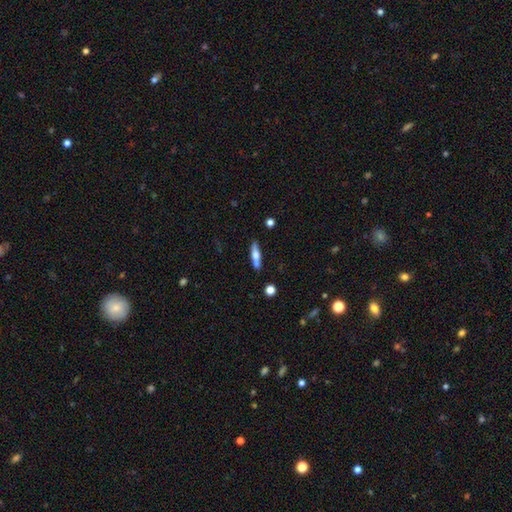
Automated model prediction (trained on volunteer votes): Q: Smooth or featured?
A: smooth (52%); runner-up: featured or disk (42%)
Q: How rounded?
A: cigar-shaped (73%); runner-up: in between (24%)
Q: Merging?
A: none (73%); runner-up: minor disturbance (13%)